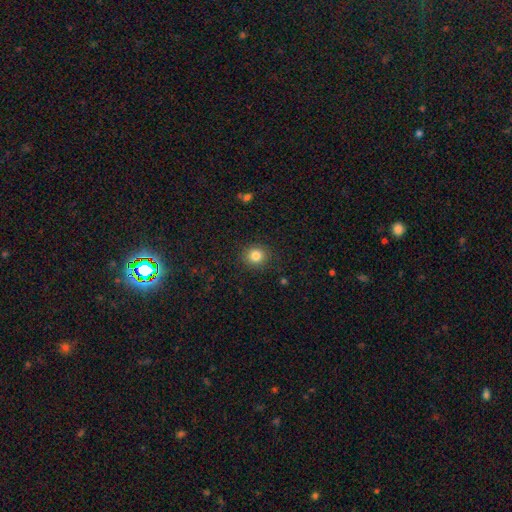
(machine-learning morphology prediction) A smooth galaxy with no disk features (84%) that is round (88%). Merging: none (90%).